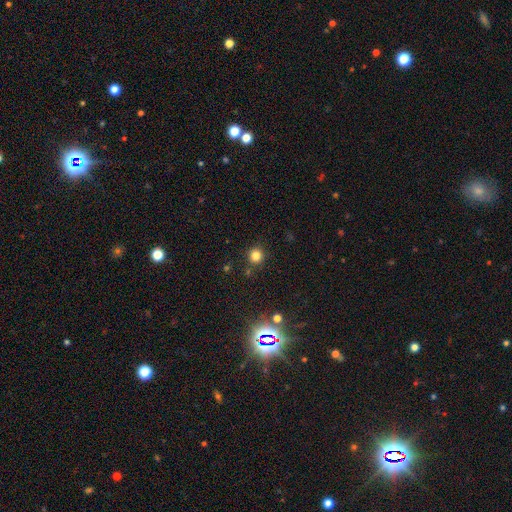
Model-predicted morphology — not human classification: Smooth or featured: smooth — 79% (star or artifact — 16%)
How rounded: round — 93% (in between — 6%)
Merging: none — 86% (minor disturbance — 8%)